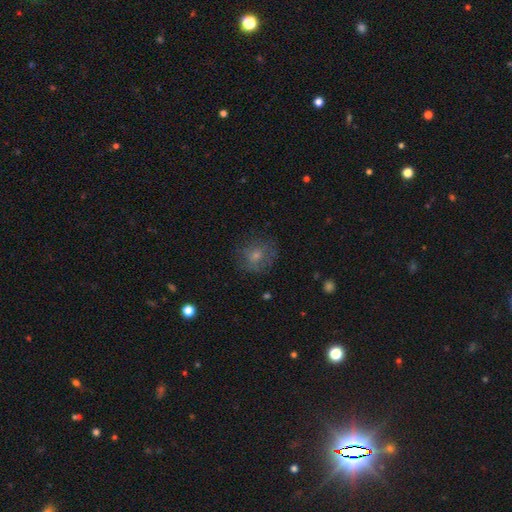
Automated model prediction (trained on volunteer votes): Smooth or featured?
  - smooth: 71% *
  - featured or disk: 18%
  - star or artifact: 11%
How rounded?
  - round: 77% *
  - in between: 22%
  - cigar-shaped: 1%
Merging?
  - none: 71% *
  - minor disturbance: 18%
  - major disturbance: 10%
  - merger: 1%